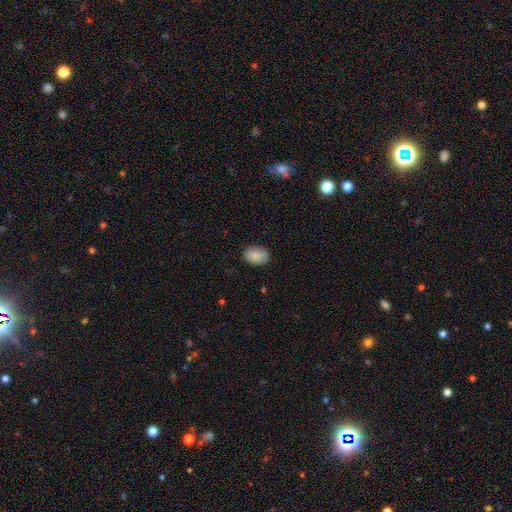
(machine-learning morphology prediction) Q: Smooth or featured?
A: smooth (89%); runner-up: star or artifact (7%)
Q: How rounded?
A: in between (80%); runner-up: round (19%)
Q: Merging?
A: none (85%); runner-up: minor disturbance (12%)